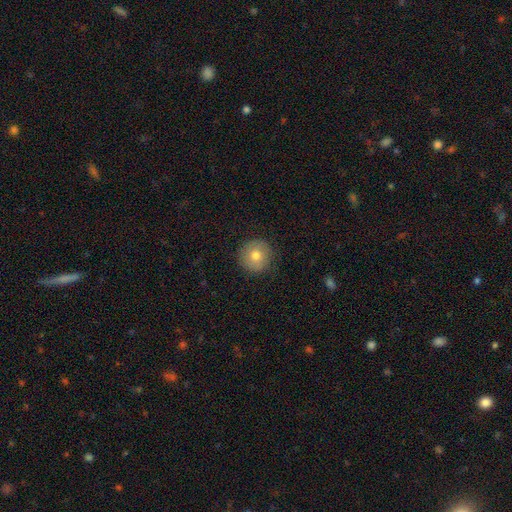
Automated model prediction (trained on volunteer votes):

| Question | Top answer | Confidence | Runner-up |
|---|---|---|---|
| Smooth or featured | smooth | 75% | featured or disk (16%) |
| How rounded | round | 95% | in between (4%) |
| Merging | none | 88% | minor disturbance (9%) |